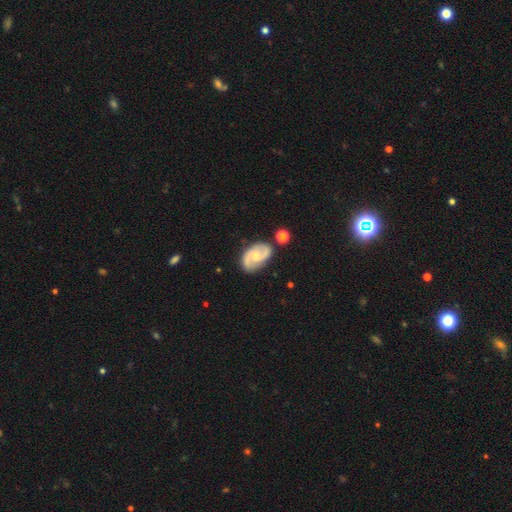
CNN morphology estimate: Smooth or featured?
  - featured or disk: 81% *
  - smooth: 14%
  - star or artifact: 5%
Edge-on disk?
  - no: 97% *
  - yes: 3%
Bar?
  - no: 55% *
  - weak: 38%
  - strong: 7%
Spiral arms?
  - yes: 95% *
  - no: 5%
Spiral winding?
  - medium: 52% *
  - tight: 26%
  - loose: 22%
Spiral arm count?
  - 2: 89% *
  - can't tell: 5%
  - 1: 2%
  - 3: 2%
  - 4: 1%
  - more than 4: 1%
Bulge size?
  - small: 54% *
  - moderate: 36%
  - none: 7%
  - large: 2%
  - dominant: 1%
Merging?
  - none: 75% *
  - minor disturbance: 16%
  - major disturbance: 4%
  - merger: 4%